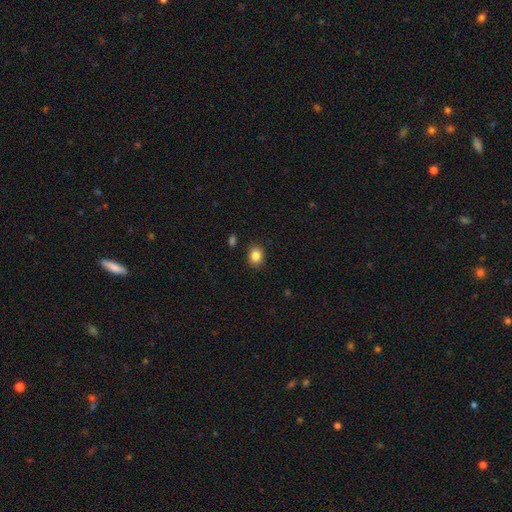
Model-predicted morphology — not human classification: smooth 85%, star or artifact 10%, featured or disk 5%. Down the decision tree: how rounded — round (57%); merging — none (88%).